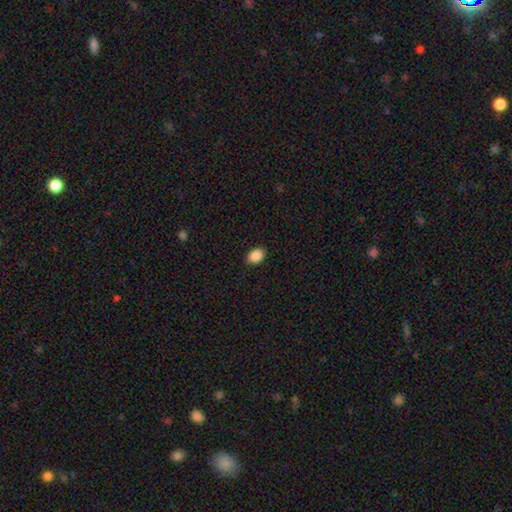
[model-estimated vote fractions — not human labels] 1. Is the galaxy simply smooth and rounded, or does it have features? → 89% smooth, 8% star or artifact, 3% featured or disk.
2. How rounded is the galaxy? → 78% in between, 21% round, 1% cigar-shaped.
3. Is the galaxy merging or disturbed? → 88% none, 9% minor disturbance, 2% major disturbance, 1% merger.